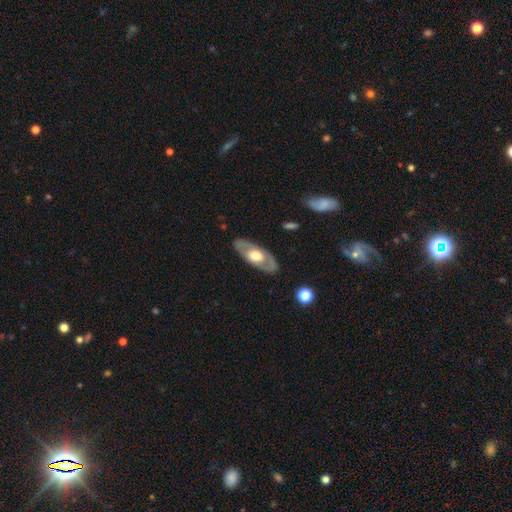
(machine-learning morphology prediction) The model was most divided on "smooth or featured": featured or disk: 58%, smooth: 37%, star or artifact: 5%. More confident: merging — none (83%); edge-on disk — no (76%).